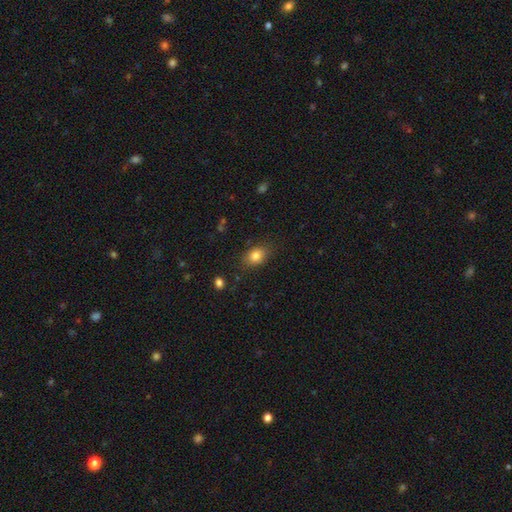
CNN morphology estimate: This appears to be a smooth galaxy with no disk features (82%) that is in between round and cigar-shaped (72%). Merging: none (81%).